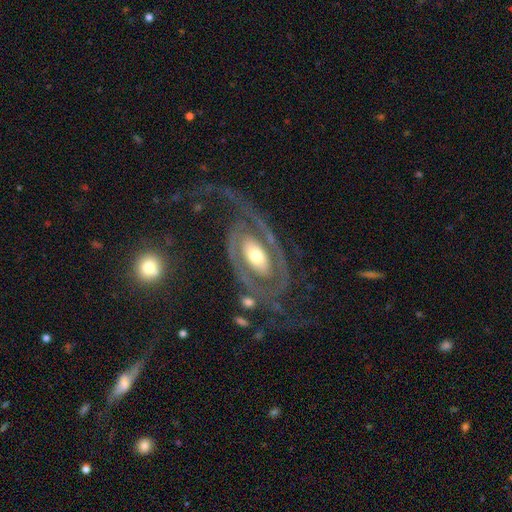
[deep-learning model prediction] Q: Smooth or featured?
A: featured or disk (78%); runner-up: smooth (17%)
Q: Edge-on disk?
A: no (93%); runner-up: yes (7%)
Q: Bar?
A: no (66%); runner-up: weak (19%)
Q: Spiral arms?
A: yes (64%); runner-up: no (36%)
Q: Bulge size?
A: moderate (60%); runner-up: large (19%)
Q: Merging?
A: none (52%); runner-up: major disturbance (28%)